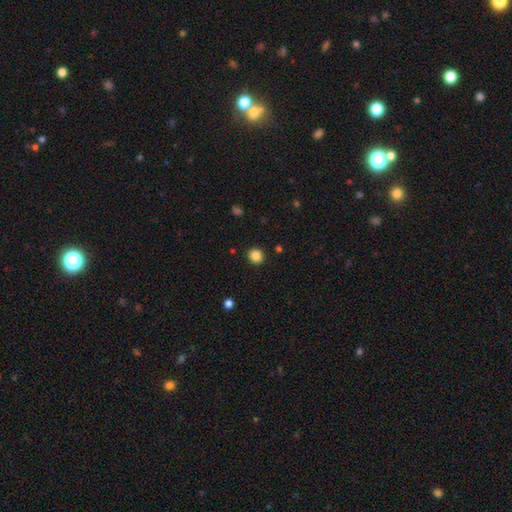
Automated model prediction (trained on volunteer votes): Smooth or featured? smooth (85%)
How rounded? round (90%)
Merging? none (92%)